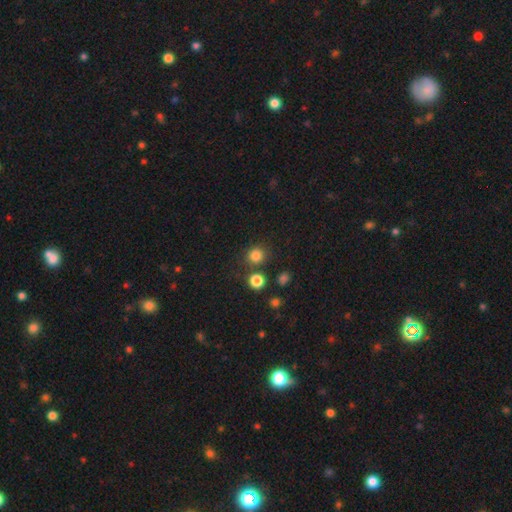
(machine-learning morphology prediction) smooth_or_featured: smooth (p=0.82) [alt: star or artifact p=0.14]
how_rounded: round (p=0.89) [alt: in between p=0.10]
merging: none (p=0.80) [alt: merger p=0.09]